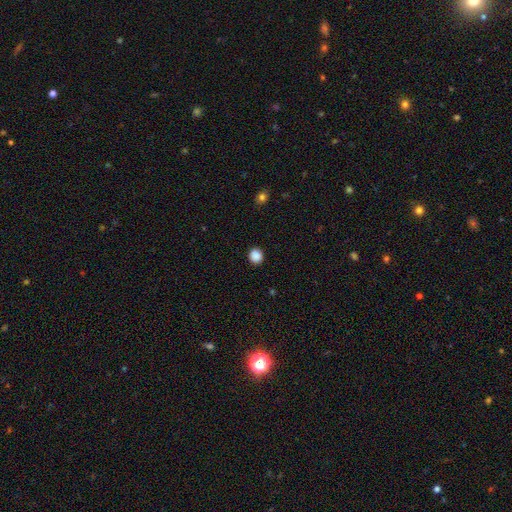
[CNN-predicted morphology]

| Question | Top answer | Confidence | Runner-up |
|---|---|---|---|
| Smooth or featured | smooth | 88% | star or artifact (10%) |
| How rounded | round | 88% | in between (11%) |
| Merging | none | 92% | minor disturbance (5%) |